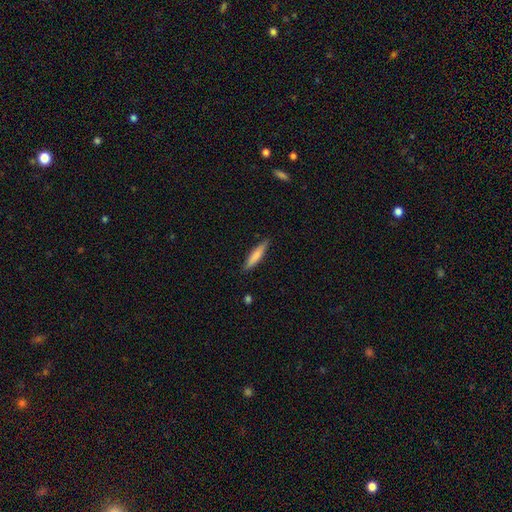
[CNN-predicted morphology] smooth-or-featured: smooth: 75% | featured or disk: 19% | star or artifact: 6%
  how-rounded: cigar-shaped: 86% | in between: 13% | round: 1%
  merging: none: 87% | minor disturbance: 10% | major disturbance: 2% | merger: 1%